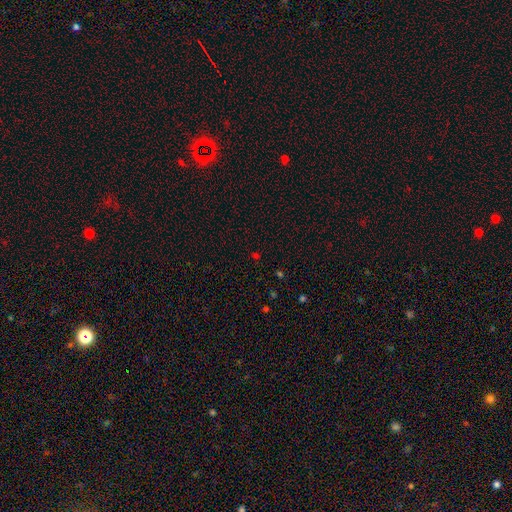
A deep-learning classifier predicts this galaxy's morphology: This appears to be a star or artifact, not a galaxy (57%).